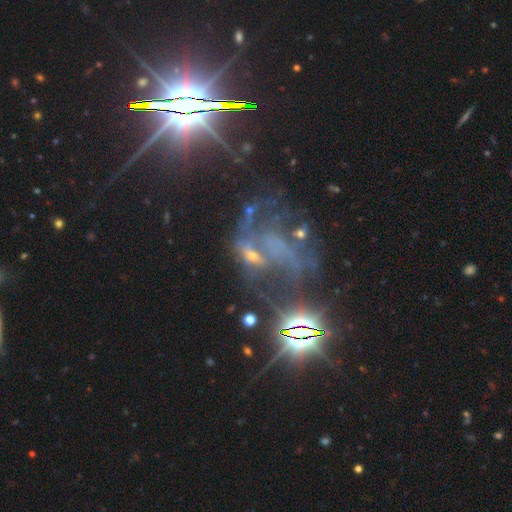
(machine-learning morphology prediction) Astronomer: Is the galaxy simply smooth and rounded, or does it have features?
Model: featured or disk — 49% (runner-up: star or artifact, 41%).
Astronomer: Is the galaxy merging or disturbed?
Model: major disturbance — 38% (runner-up: none, 29%).